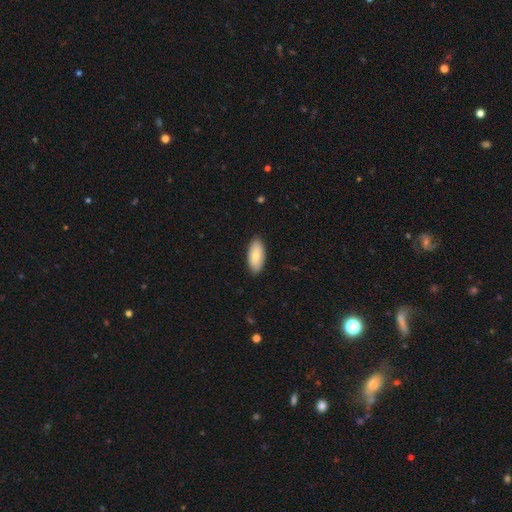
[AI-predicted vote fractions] smooth 80%, featured or disk 14%, star or artifact 6%. Down the decision tree: how rounded — in between (91%); merging — none (88%).